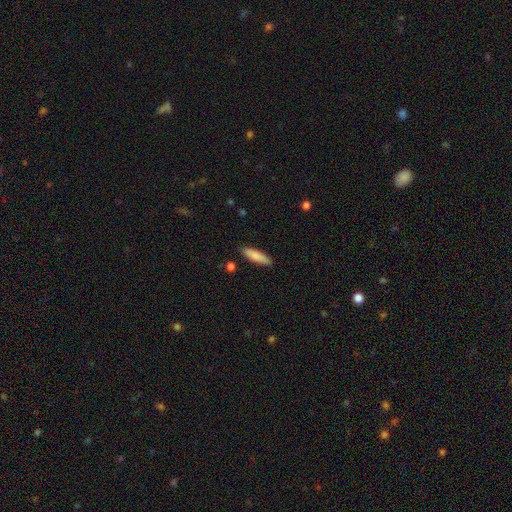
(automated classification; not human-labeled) The model was most divided on "how rounded": cigar-shaped: 67%, in between: 31%, round: 2%. More confident: merging — none (87%); smooth or featured — smooth (85%).